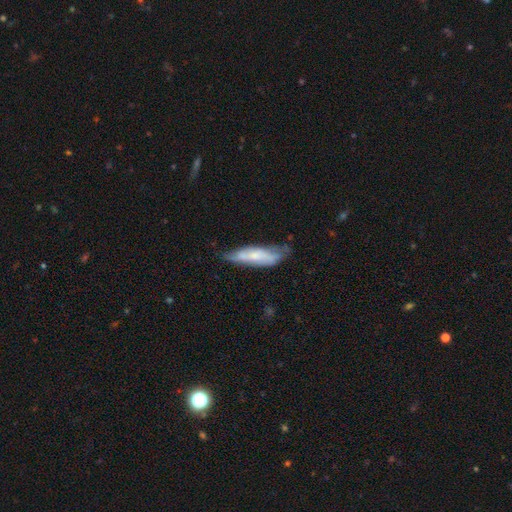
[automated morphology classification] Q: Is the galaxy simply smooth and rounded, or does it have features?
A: smooth — 55%.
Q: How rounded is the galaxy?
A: cigar-shaped — 63%.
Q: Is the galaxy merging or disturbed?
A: none — 48%.